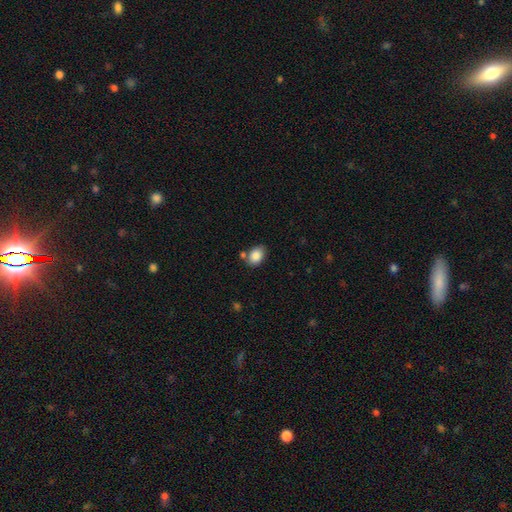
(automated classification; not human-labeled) smooth-or-featured: smooth: 87% | star or artifact: 8% | featured or disk: 6%
  how-rounded: in between: 73% | round: 26% | cigar-shaped: 1%
  merging: none: 69% | minor disturbance: 15% | merger: 12% | major disturbance: 4%